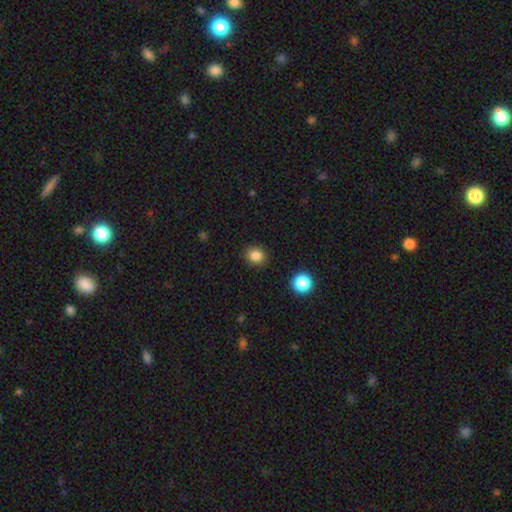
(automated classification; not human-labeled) Q: Smooth or featured?
A: smooth (84%); runner-up: star or artifact (11%)
Q: How rounded?
A: round (73%); runner-up: in between (26%)
Q: Merging?
A: none (89%); runner-up: minor disturbance (8%)